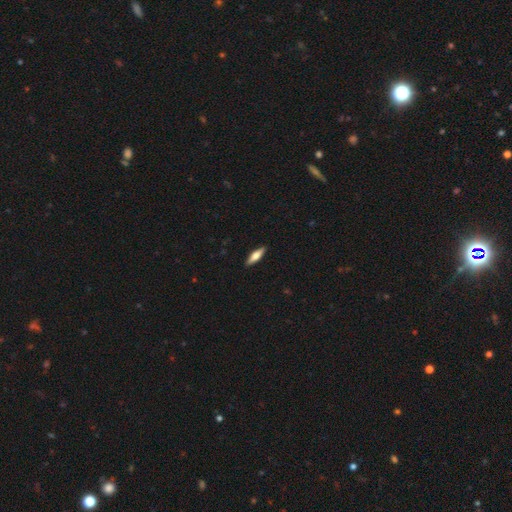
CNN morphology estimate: Smooth or featured? Predicted: smooth (p=0.57). How rounded? Predicted: cigar-shaped (p=0.59). Merging? Predicted: none (p=0.90).